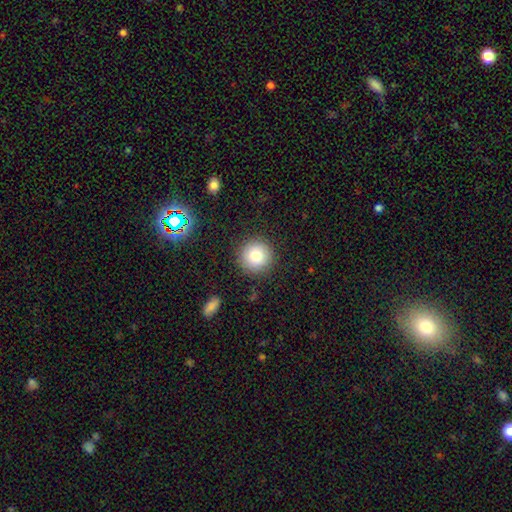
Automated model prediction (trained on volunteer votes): Overall: smooth (80%). How rounded: round (95%). Merging: none (89%).